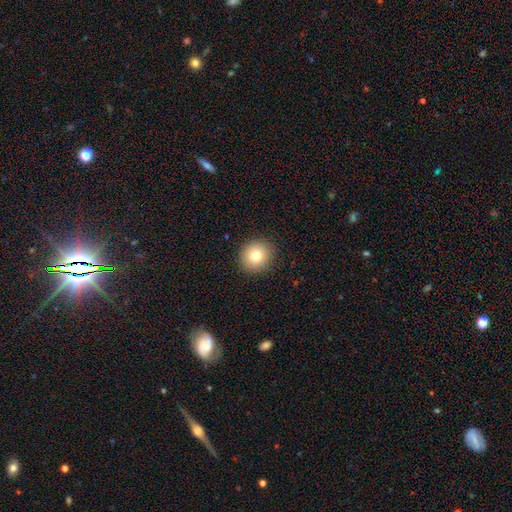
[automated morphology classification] Q: Smooth or featured?
A: smooth (79%); runner-up: star or artifact (11%)
Q: How rounded?
A: round (90%); runner-up: in between (9%)
Q: Merging?
A: none (91%); runner-up: minor disturbance (6%)